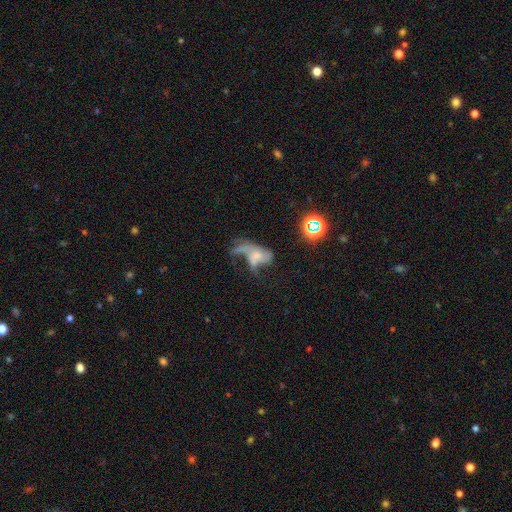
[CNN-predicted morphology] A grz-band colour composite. It shows a featured or disk galaxy (51%). Merging: major disturbance (52%).